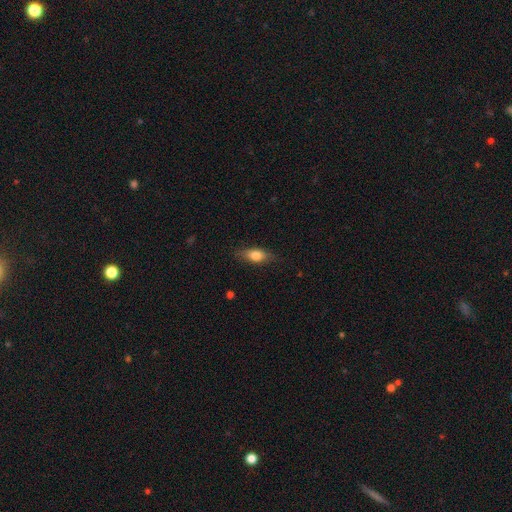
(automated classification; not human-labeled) smooth-or-featured: smooth: 73% | featured or disk: 20% | star or artifact: 7%
  how-rounded: in between: 74% | cigar-shaped: 21% | round: 6%
  merging: none: 81% | minor disturbance: 15% | major disturbance: 3% | merger: 1%